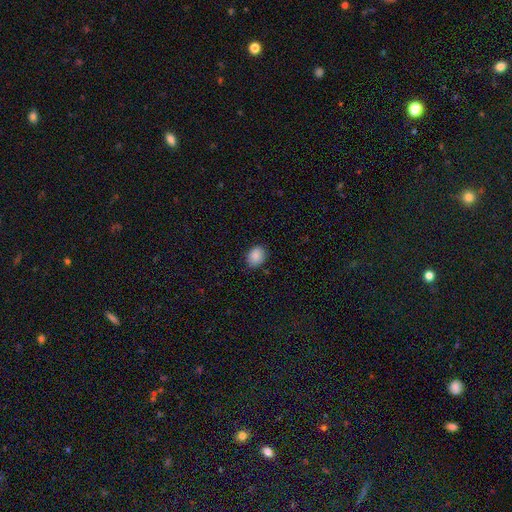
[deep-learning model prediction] The model was most divided on "how rounded": in between: 61%, round: 38%, cigar-shaped: 1%. More confident: smooth or featured — smooth (89%); merging — none (82%).